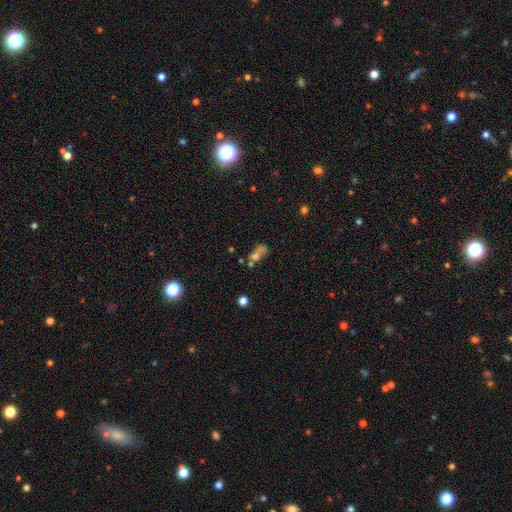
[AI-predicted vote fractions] A smooth galaxy with no disk features (49%). Merging: none (34%).